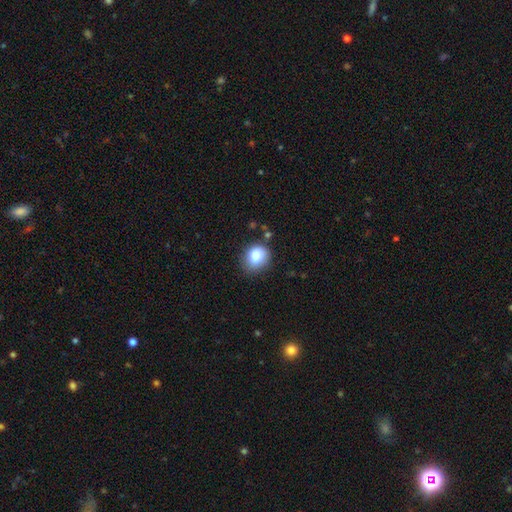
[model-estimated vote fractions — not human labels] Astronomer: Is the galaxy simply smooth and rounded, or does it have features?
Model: smooth — 82%.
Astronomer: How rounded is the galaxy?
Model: round — 68%.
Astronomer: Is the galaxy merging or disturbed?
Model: none — 73%.